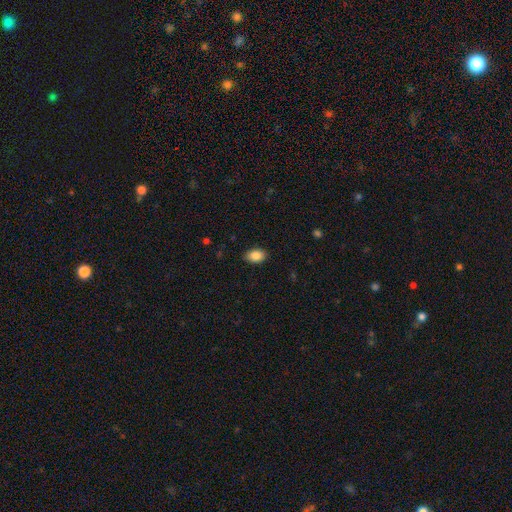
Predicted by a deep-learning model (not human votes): A smooth galaxy with no disk features (87%) that is in between round and cigar-shaped (85%). Merging: none (88%).